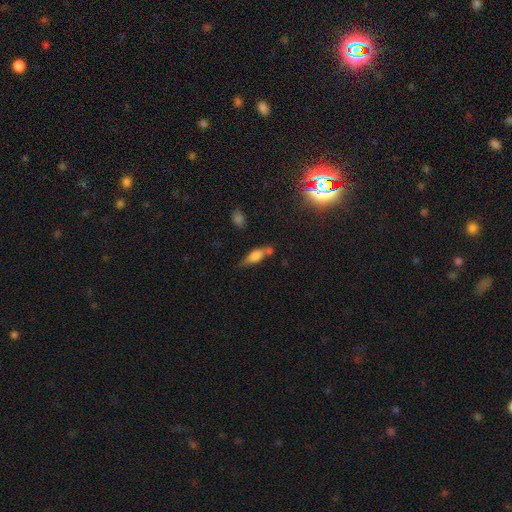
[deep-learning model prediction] Q: Smooth or featured?
A: smooth (59%); runner-up: featured or disk (30%)
Q: How rounded?
A: in between (55%); runner-up: cigar-shaped (41%)
Q: Merging?
A: none (49%); runner-up: minor disturbance (23%)